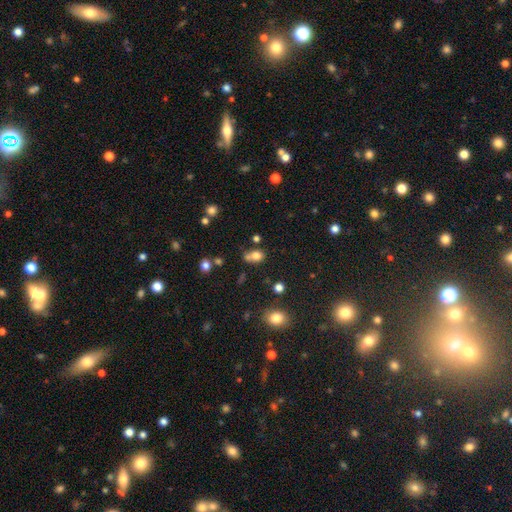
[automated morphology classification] A smooth galaxy with no disk features (77%) that is in between round and cigar-shaped (58%).

Vote fractions:
- Smooth or featured? smooth: 77% / star or artifact: 13% / featured or disk: 10%
- How rounded? in between: 58% / round: 40% / cigar-shaped: 2%
- Merging? none: 42% / merger: 33% / minor disturbance: 17% / major disturbance: 7%